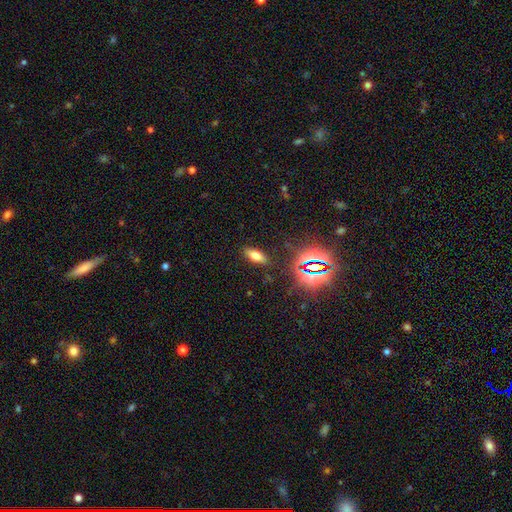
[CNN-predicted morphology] smooth_or_featured: smooth (p=0.62) [alt: star or artifact p=0.22]
how_rounded: in between (p=0.74) [alt: cigar-shaped p=0.21]
merging: none (p=0.88) [alt: minor disturbance p=0.08]